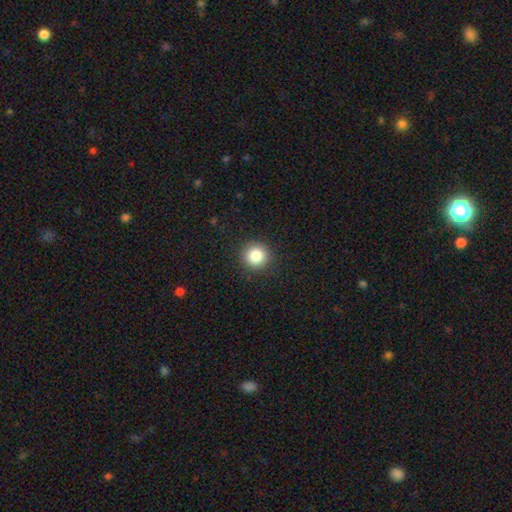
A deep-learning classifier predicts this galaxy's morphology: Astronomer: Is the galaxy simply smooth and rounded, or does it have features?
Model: smooth — 84%.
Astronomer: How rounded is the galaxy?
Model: round — 94%.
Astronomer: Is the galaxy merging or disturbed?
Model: none — 92%.